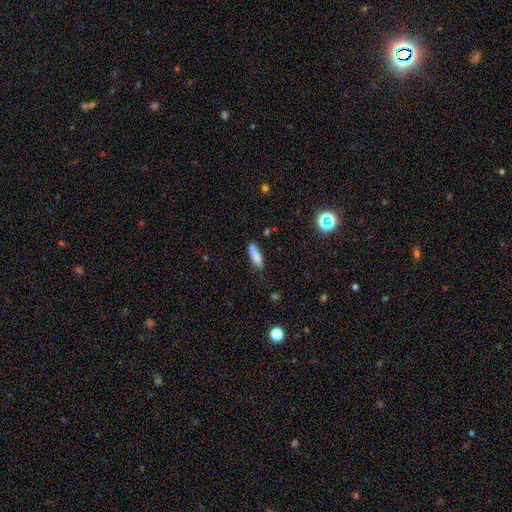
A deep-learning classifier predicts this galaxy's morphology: Smooth or featured? smooth (79%)
How rounded? cigar-shaped (54%)
Merging? none (59%)